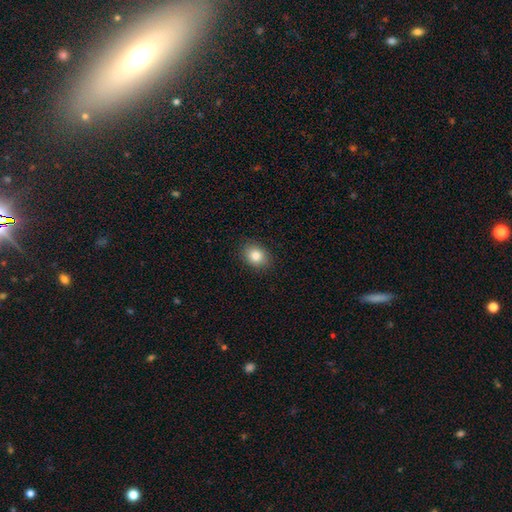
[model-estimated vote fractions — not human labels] smooth 83%, star or artifact 9%, featured or disk 8%. Down the decision tree: how rounded — in between (55%); merging — none (89%).